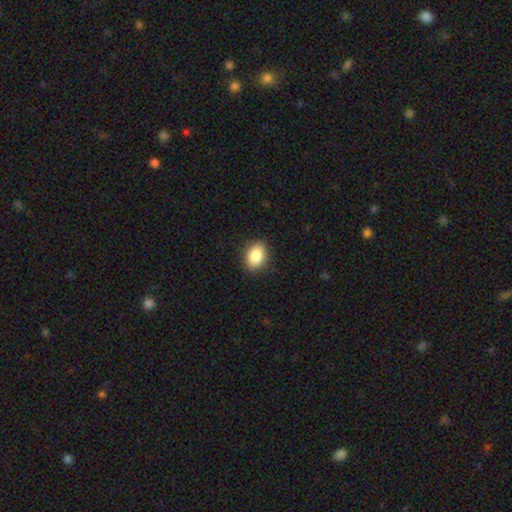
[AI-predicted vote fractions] Q: Smooth or featured?
A: smooth (87%); runner-up: star or artifact (8%)
Q: How rounded?
A: in between (70%); runner-up: round (29%)
Q: Merging?
A: none (89%); runner-up: minor disturbance (8%)